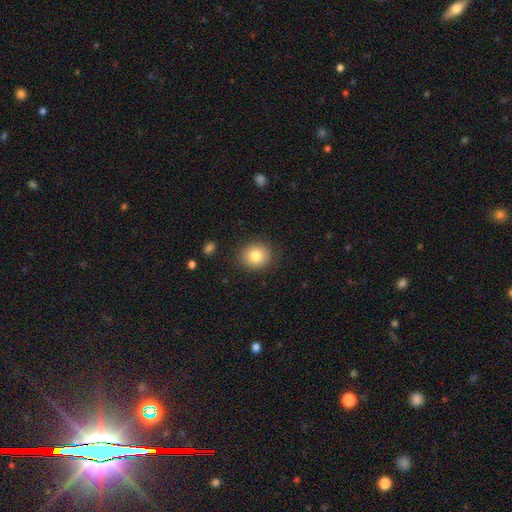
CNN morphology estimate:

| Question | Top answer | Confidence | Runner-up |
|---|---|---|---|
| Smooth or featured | smooth | 81% | featured or disk (10%) |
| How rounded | round | 78% | in between (21%) |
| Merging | none | 87% | minor disturbance (9%) |